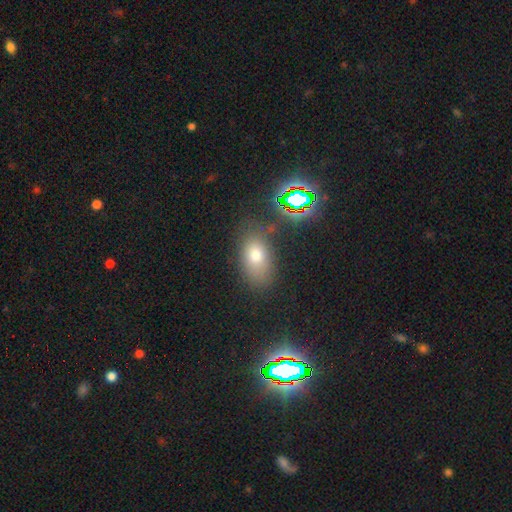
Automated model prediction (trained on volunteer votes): smooth 68%, star or artifact 19%, featured or disk 13%. Down the decision tree: how rounded — in between (84%); merging — none (76%).